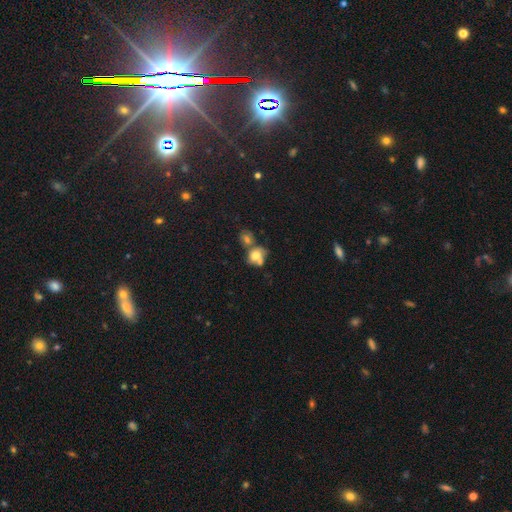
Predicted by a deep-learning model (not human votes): smooth 66%, featured or disk 21%, star or artifact 12%. Down the decision tree: how rounded — round (57%); merging — merger (53%).